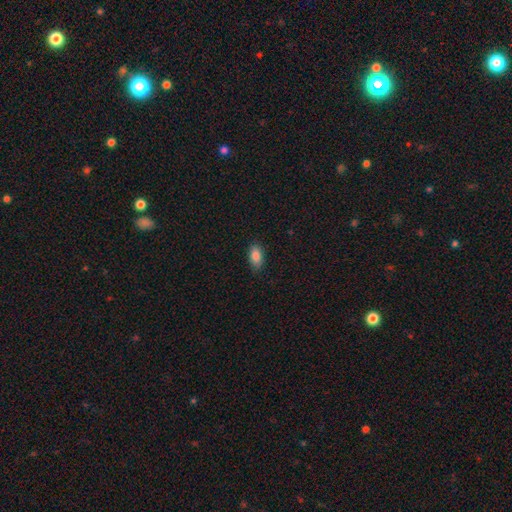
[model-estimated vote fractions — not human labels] smooth_or_featured: smooth (p=0.87) [alt: star or artifact p=0.08]
how_rounded: in between (p=0.91) [alt: round p=0.05]
merging: none (p=0.86) [alt: minor disturbance p=0.11]